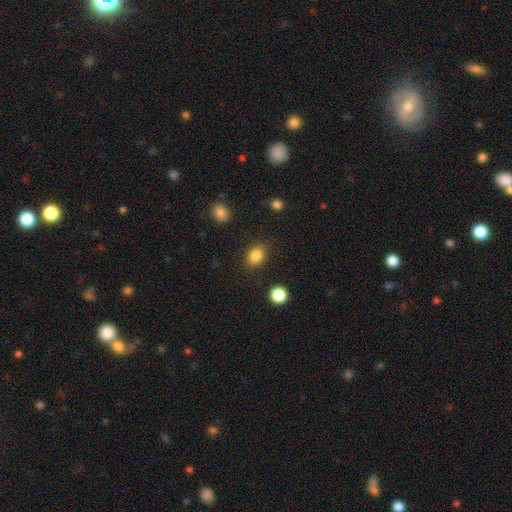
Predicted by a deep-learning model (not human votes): Smooth or featured? smooth (85%)
How rounded? in between (54%)
Merging? none (85%)